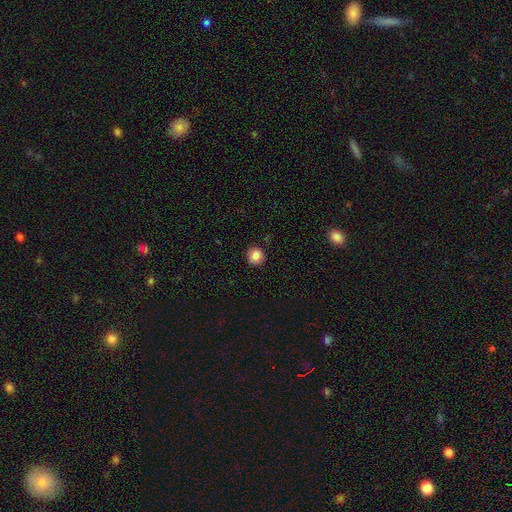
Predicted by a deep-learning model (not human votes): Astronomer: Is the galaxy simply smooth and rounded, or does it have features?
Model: smooth — 85%.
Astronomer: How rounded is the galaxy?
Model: round — 93%.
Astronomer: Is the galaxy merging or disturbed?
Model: none — 90%.